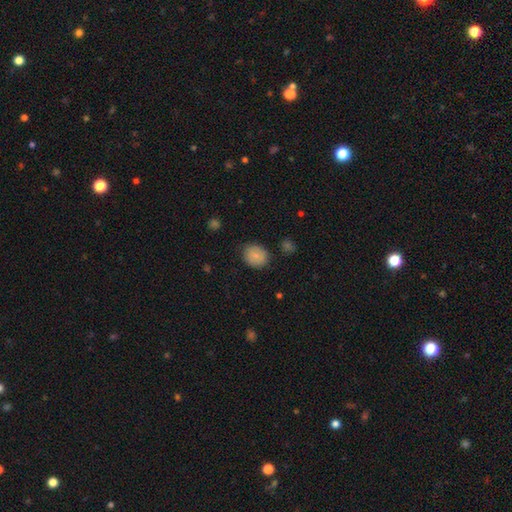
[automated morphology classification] smooth-or-featured: smooth: 78% | featured or disk: 14% | star or artifact: 8%
  how-rounded: round: 69% | in between: 30% | cigar-shaped: 1%
  merging: none: 81% | minor disturbance: 14% | major disturbance: 3% | merger: 2%